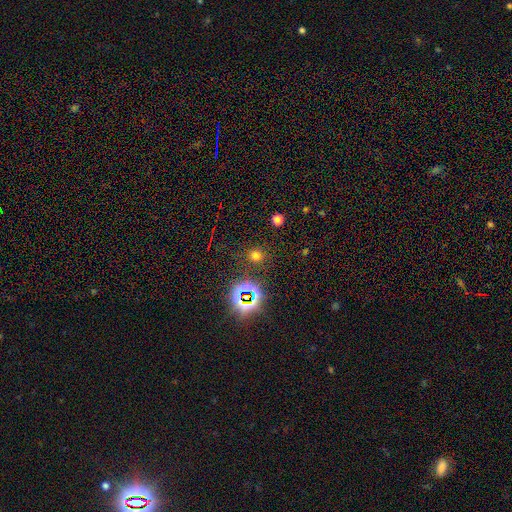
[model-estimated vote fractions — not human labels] This appears to be a smooth galaxy with no disk features (62%) that is round (88%). Merging: none (86%).